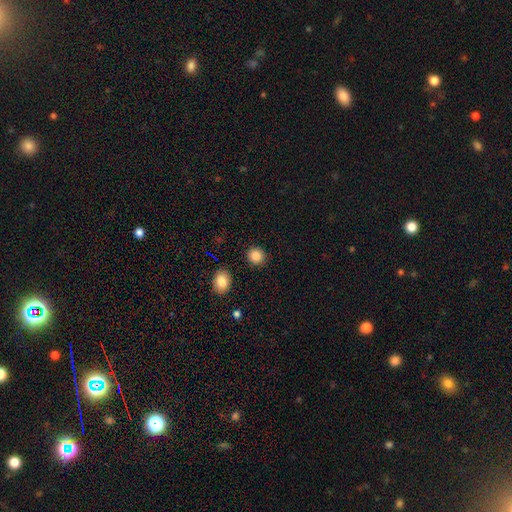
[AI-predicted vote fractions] The model was most divided on "how rounded": round: 87%, in between: 12%, cigar-shaped: 1%. More confident: merging — none (90%); smooth or featured — smooth (86%).